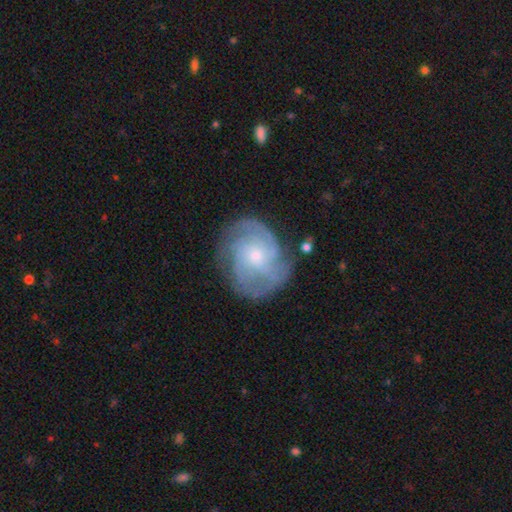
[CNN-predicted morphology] Smooth or featured?
  - featured or disk: 84% *
  - smooth: 10%
  - star or artifact: 6%
Edge-on disk?
  - no: 98% *
  - yes: 2%
Bar?
  - no: 72% *
  - weak: 24%
  - strong: 3%
Spiral arms?
  - yes: 96% *
  - no: 4%
Spiral winding?
  - tight: 57% *
  - medium: 35%
  - loose: 8%
Spiral arm count?
  - 3: 32% *
  - 4: 22%
  - can't tell: 21%
  - 2: 13%
  - more than 4: 6%
  - 1: 6%
Bulge size?
  - small: 59% *
  - moderate: 36%
  - large: 2%
  - none: 2%
  - dominant: 1%
Merging?
  - none: 73% *
  - minor disturbance: 18%
  - major disturbance: 7%
  - merger: 2%